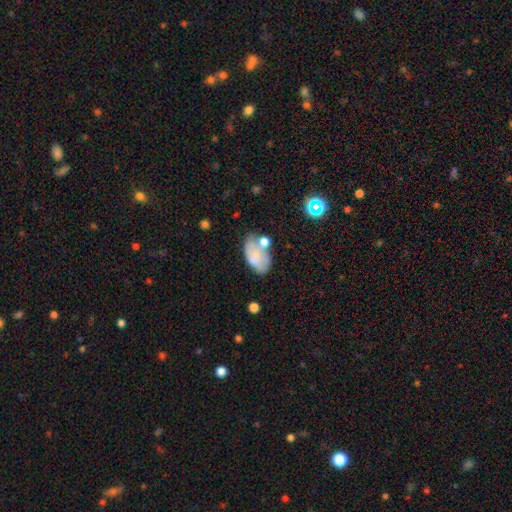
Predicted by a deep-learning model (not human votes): Smooth or featured: smooth — 60% (featured or disk — 31%)
How rounded: in between — 93% (round — 6%)
Merging: none — 44% (minor disturbance — 25%)